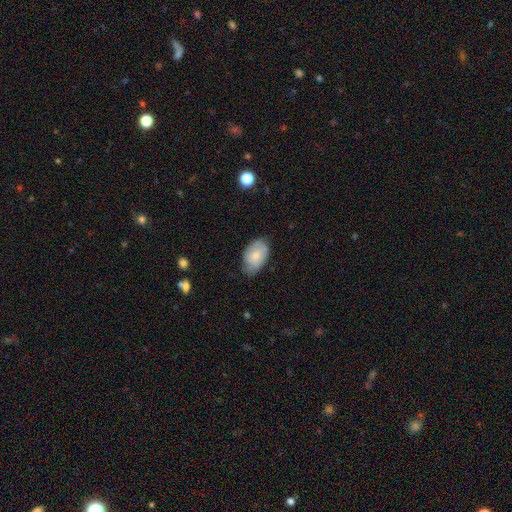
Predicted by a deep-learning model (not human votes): Smooth or featured? smooth (69%)
How rounded? in between (91%)
Merging? none (62%)